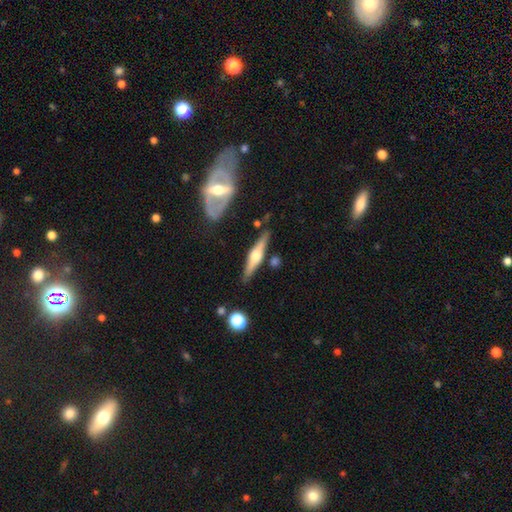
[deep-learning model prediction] featured or disk 70%, smooth 24%, star or artifact 5%. Down the decision tree: edge-on disk — yes (96%); edge-on bulge — rounded (91%); merging — none (83%).